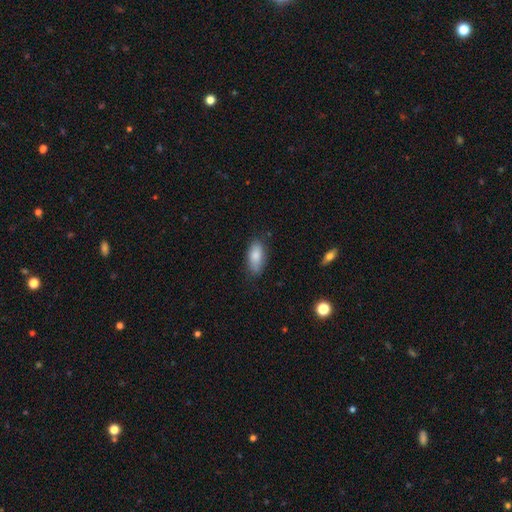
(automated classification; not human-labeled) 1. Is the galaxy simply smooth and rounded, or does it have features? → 84% smooth, 10% featured or disk, 7% star or artifact.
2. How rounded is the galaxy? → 87% in between, 10% cigar-shaped, 3% round.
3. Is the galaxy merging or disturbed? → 75% none, 19% minor disturbance, 4% major disturbance, 2% merger.